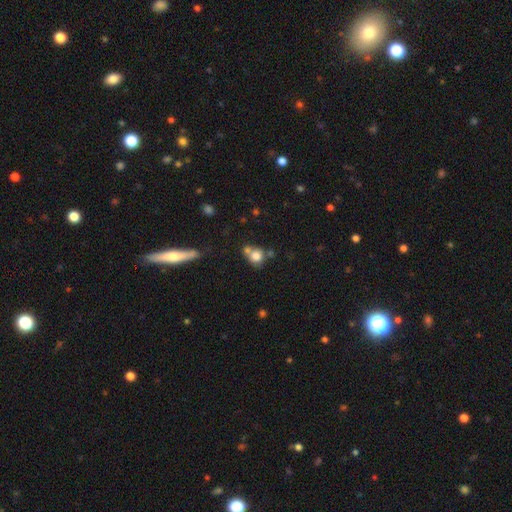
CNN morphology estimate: The model was most divided on "merging": none: 48%, merger: 35%, minor disturbance: 12%, major disturbance: 5%. More confident: how rounded — round (80%); smooth or featured — smooth (78%).